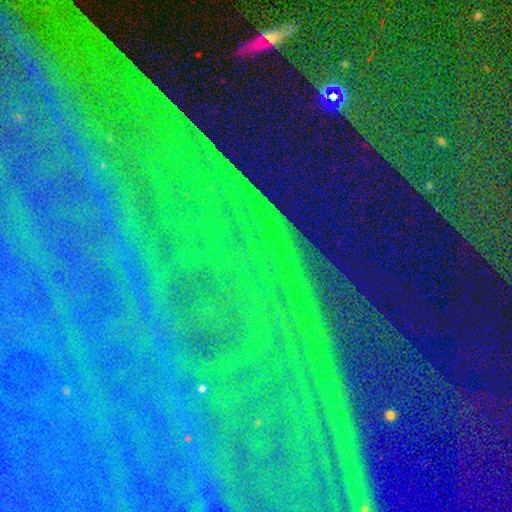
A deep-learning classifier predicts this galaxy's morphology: This is clearly a star or artifact rather than a galaxy (88%).